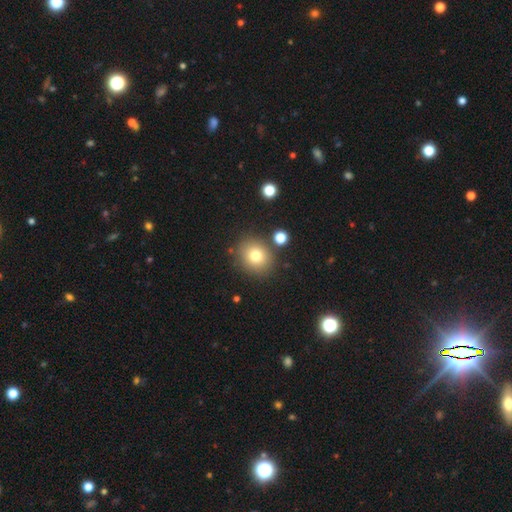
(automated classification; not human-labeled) Smooth or featured?
  - smooth: 77% *
  - star or artifact: 13%
  - featured or disk: 10%
How rounded?
  - round: 78% *
  - in between: 21%
  - cigar-shaped: 1%
Merging?
  - none: 82% *
  - minor disturbance: 9%
  - merger: 6%
  - major disturbance: 3%